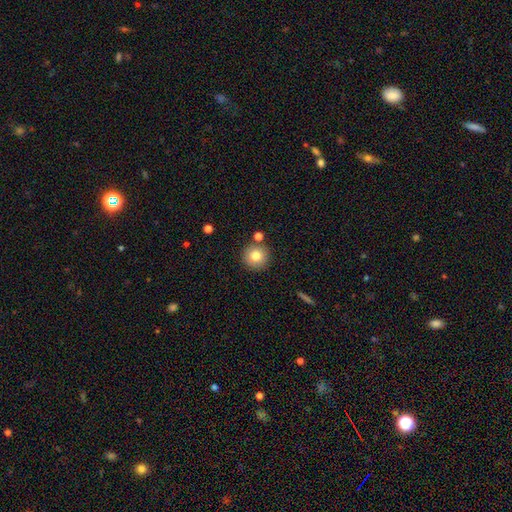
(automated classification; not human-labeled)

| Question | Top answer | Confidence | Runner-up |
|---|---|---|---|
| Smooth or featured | smooth | 80% | featured or disk (10%) |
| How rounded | round | 95% | in between (5%) |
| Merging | none | 82% | minor disturbance (8%) |